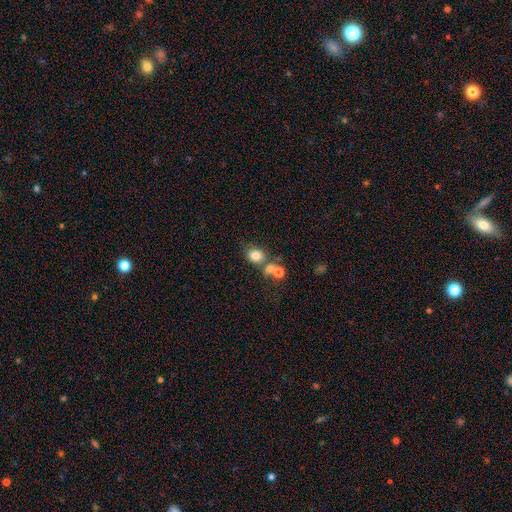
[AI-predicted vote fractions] Smooth or featured? Predicted: smooth (p=0.79). How rounded? Predicted: round (p=0.56). Merging? Predicted: none (p=0.49).